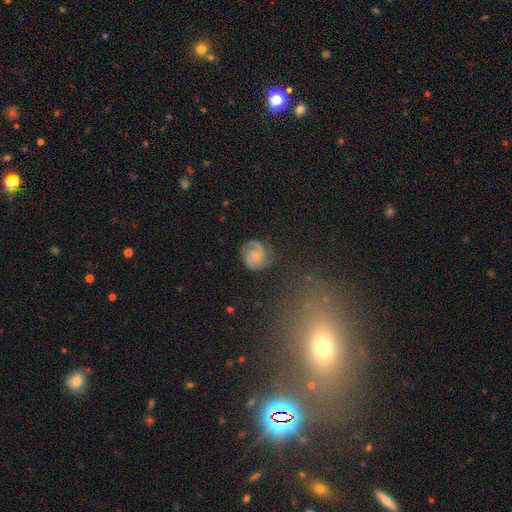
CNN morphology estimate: Smooth or featured? Predicted: featured or disk (p=0.80). Edge-on disk? Predicted: no (p=0.98). Bar? Predicted: no (p=0.68). Spiral arms? Predicted: yes (p=0.97). Spiral winding? Predicted: medium (p=0.45). Spiral arm count? Predicted: 2 (p=0.64). Bulge size? Predicted: small (p=0.60). Merging? Predicted: none (p=0.72).